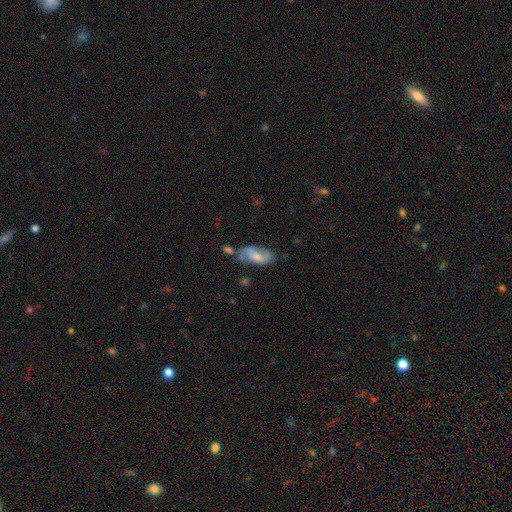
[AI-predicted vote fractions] Morphology: type=featured or disk (51%); edge-on=no (93%); merging=none (52%).